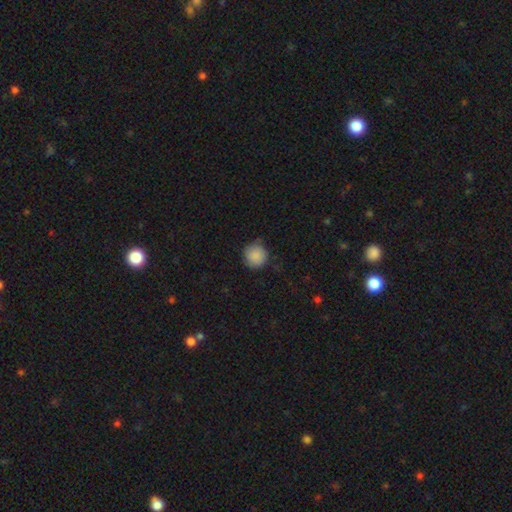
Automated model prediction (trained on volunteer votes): Overall: smooth (87%). How rounded: round (92%). Merging: none (75%).